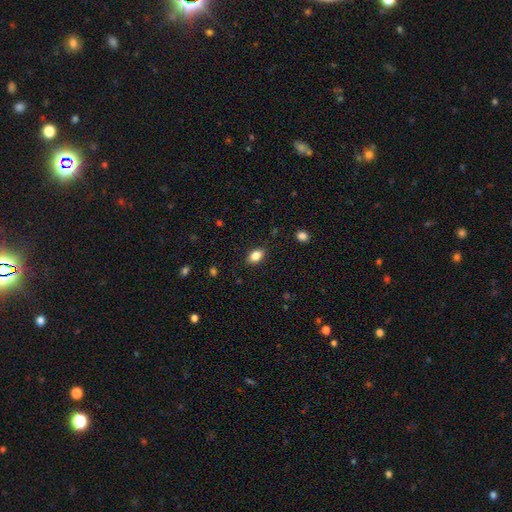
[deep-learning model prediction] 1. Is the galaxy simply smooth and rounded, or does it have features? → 84% smooth, 9% star or artifact, 7% featured or disk.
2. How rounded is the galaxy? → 87% in between, 11% round, 2% cigar-shaped.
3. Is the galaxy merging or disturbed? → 86% none, 11% minor disturbance, 2% major disturbance, 1% merger.